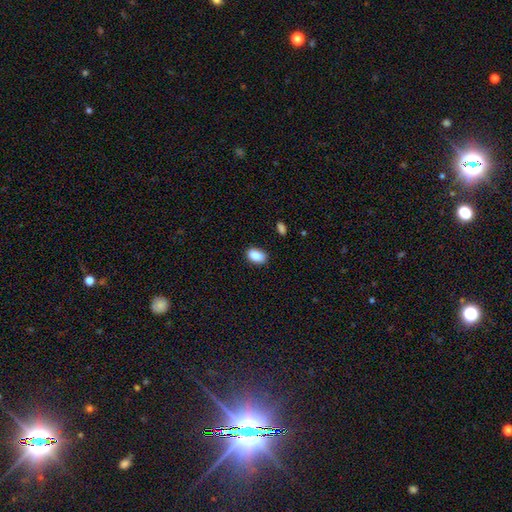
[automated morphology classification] A smooth galaxy with no disk features (88%) that is in between round and cigar-shaped (89%).

Vote fractions:
- Smooth or featured? smooth: 88% / star or artifact: 8% / featured or disk: 4%
- How rounded? in between: 89% / round: 9% / cigar-shaped: 2%
- Merging? none: 84% / minor disturbance: 12% / major disturbance: 2% / merger: 2%